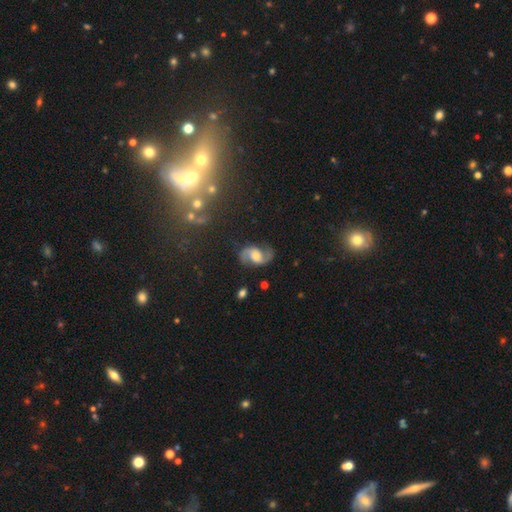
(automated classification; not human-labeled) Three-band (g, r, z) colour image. It shows a featured or disk galaxy (85%) with no bar (51%), 2 (93%) loose (45%) spiral arms (96%) and a moderate central bulge (57%). Merging: none (77%).